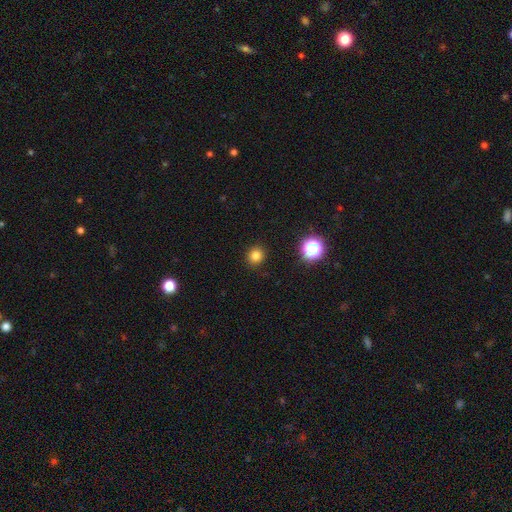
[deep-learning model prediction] smooth-or-featured: smooth: 80% | star or artifact: 15% | featured or disk: 5%
  how-rounded: round: 88% | in between: 11% | cigar-shaped: 1%
  merging: none: 91% | minor disturbance: 6% | major disturbance: 2% | merger: 1%